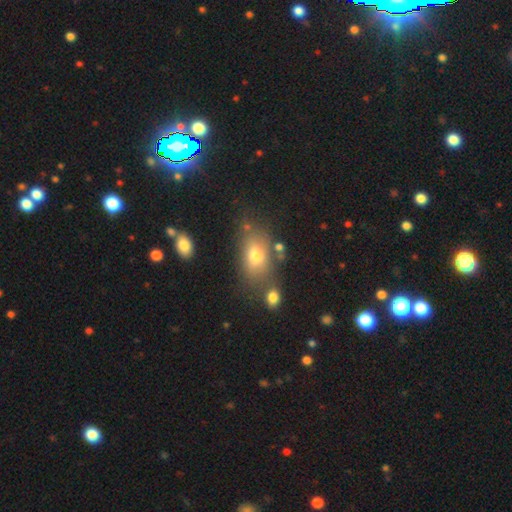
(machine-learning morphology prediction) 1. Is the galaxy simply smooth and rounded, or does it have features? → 70% smooth, 18% featured or disk, 12% star or artifact.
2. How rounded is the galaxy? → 83% in between, 14% round, 3% cigar-shaped.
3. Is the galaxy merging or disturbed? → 63% none, 16% minor disturbance, 13% merger, 7% major disturbance.